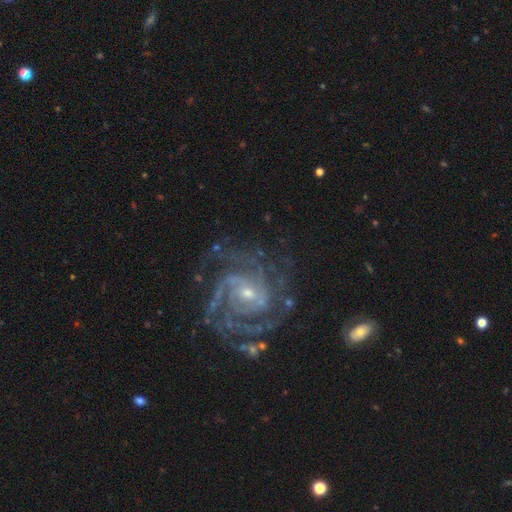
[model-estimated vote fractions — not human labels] A featured or disk galaxy (86%) with no bar (41%, tied with weak), tight (63%) spiral arms (97%) and a small central bulge (69%). Merging: none (74%).